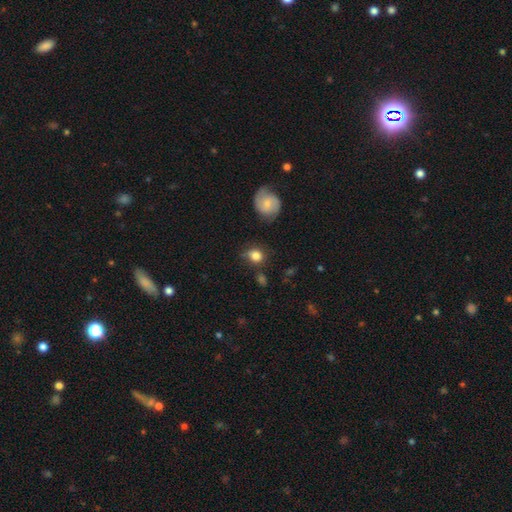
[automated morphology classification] This is clearly a smooth galaxy (81%). How rounded: likely round (71%). Merging: likely none (64%).